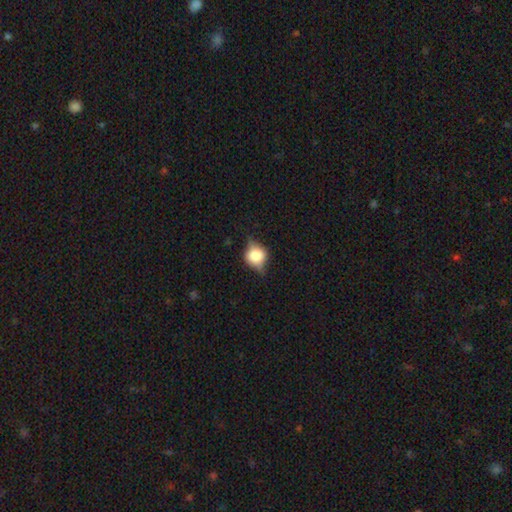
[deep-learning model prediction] Smooth or featured? smooth (48%)
Merging? none (65%)